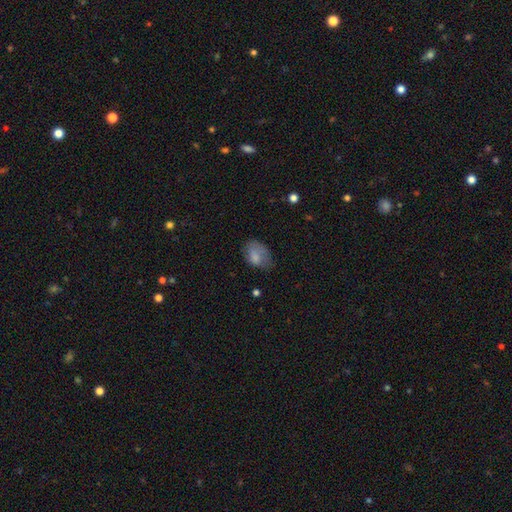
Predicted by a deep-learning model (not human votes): Q: Smooth or featured?
A: smooth (78%); runner-up: featured or disk (14%)
Q: How rounded?
A: in between (81%); runner-up: round (18%)
Q: Merging?
A: none (49%); runner-up: minor disturbance (33%)